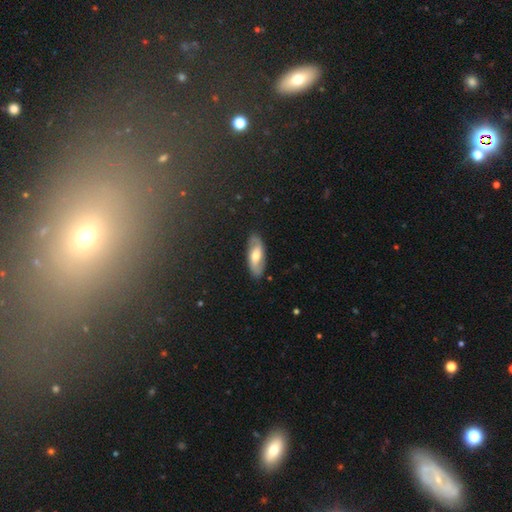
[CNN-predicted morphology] This is possibly a featured or disk galaxy (54%). It is clearly not viewed edge-on (83%). Merging: clearly none (86%).